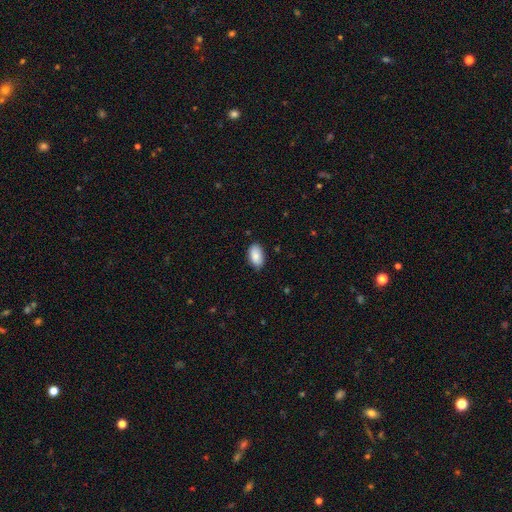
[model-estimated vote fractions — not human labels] This is clearly a smooth galaxy (88%). How rounded: clearly in between (95%). Merging: clearly none (83%).